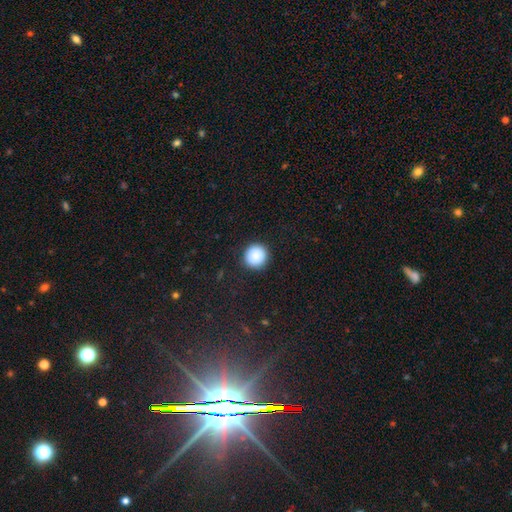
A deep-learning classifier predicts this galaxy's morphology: A smooth galaxy with no disk features (89%) that is round (95%). Merging: none (91%).